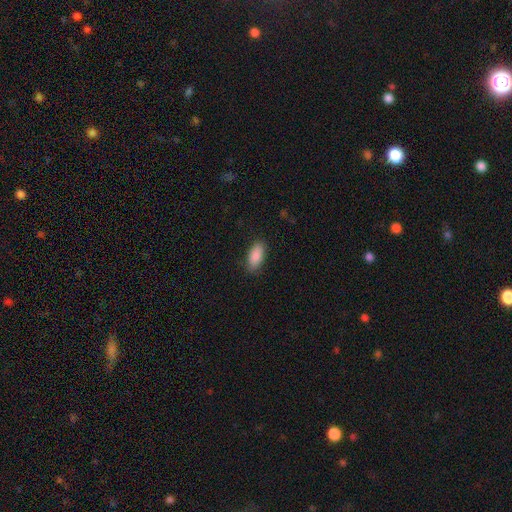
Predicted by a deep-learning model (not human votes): Smooth or featured: smooth — 90% (star or artifact — 6%)
How rounded: in between — 89% (cigar-shaped — 9%)
Merging: none — 86% (minor disturbance — 10%)